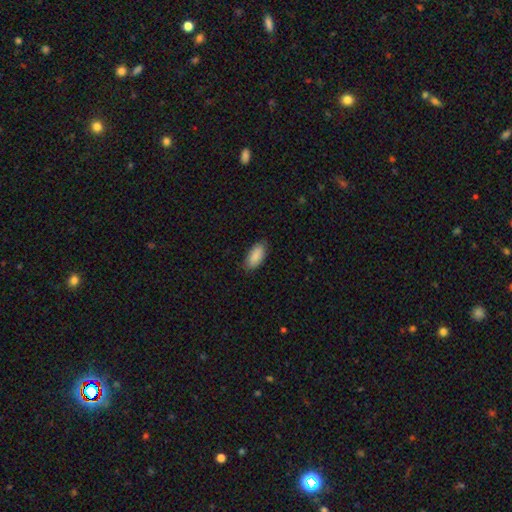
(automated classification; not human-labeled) A smooth galaxy with no disk features (89%) that is in between round and cigar-shaped (91%).

Vote fractions:
- Smooth or featured? smooth: 89% / star or artifact: 6% / featured or disk: 5%
- How rounded? in between: 91% / cigar-shaped: 7% / round: 2%
- Merging? none: 81% / minor disturbance: 15% / major disturbance: 3% / merger: 1%